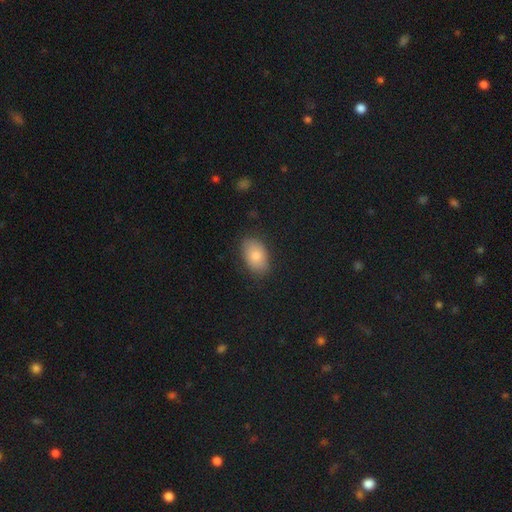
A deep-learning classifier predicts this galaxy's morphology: This appears to be a smooth galaxy with no disk features (82%) that is in between round and cigar-shaped (90%). Merging: none (82%).